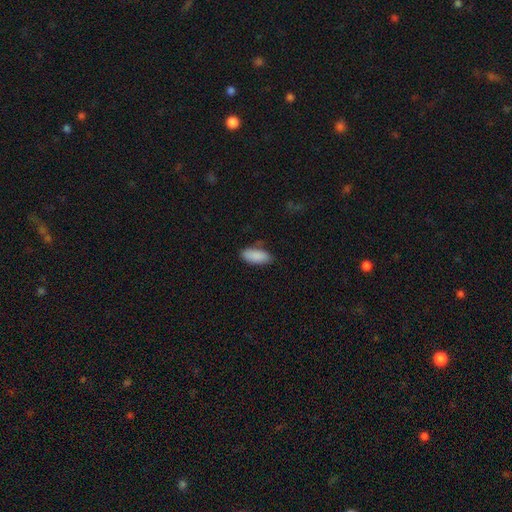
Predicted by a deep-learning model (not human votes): smooth_or_featured: smooth (p=0.89) [alt: star or artifact p=0.06]
how_rounded: in between (p=0.86) [alt: cigar-shaped p=0.13]
merging: none (p=0.78) [alt: minor disturbance p=0.17]